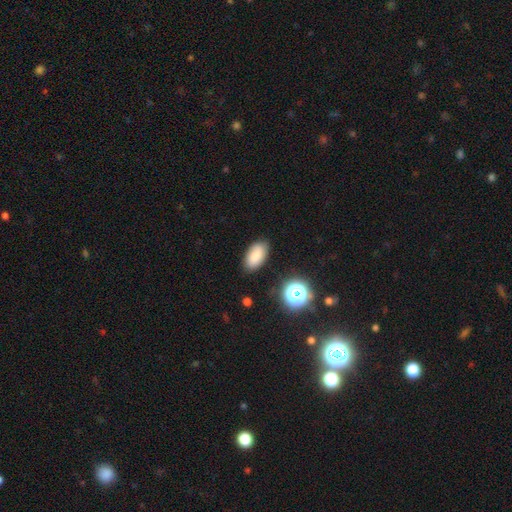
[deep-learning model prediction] A smooth galaxy with no disk features (83%) that is in between round and cigar-shaped (94%).

Vote fractions:
- Smooth or featured? smooth: 83% / star or artifact: 10% / featured or disk: 7%
- How rounded? in between: 94% / round: 4% / cigar-shaped: 2%
- Merging? none: 84% / minor disturbance: 11% / major disturbance: 3% / merger: 2%